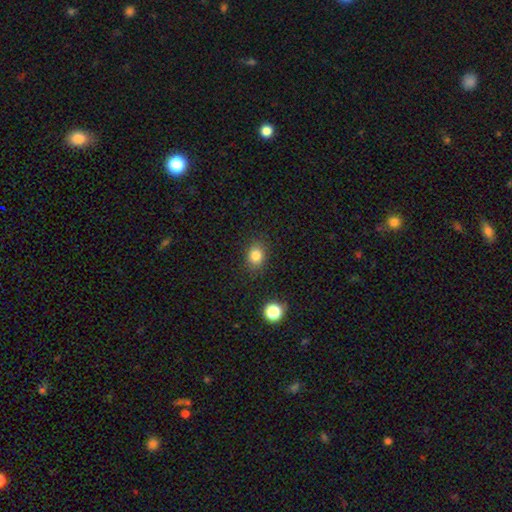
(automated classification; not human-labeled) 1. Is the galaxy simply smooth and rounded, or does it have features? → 83% smooth, 11% star or artifact, 6% featured or disk.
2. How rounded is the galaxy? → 56% round, 43% in between, 1% cigar-shaped.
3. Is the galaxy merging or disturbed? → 86% none, 9% minor disturbance, 3% major disturbance, 2% merger.